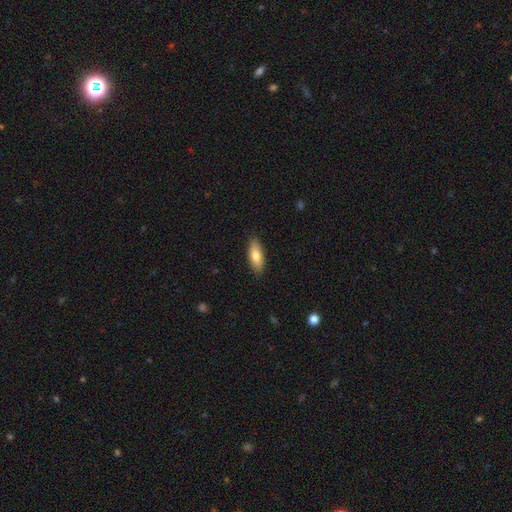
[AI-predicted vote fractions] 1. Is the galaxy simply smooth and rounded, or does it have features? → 75% smooth, 19% featured or disk, 6% star or artifact.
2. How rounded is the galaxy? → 73% in between, 25% cigar-shaped, 2% round.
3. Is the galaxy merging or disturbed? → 88% none, 9% minor disturbance, 2% major disturbance, 1% merger.